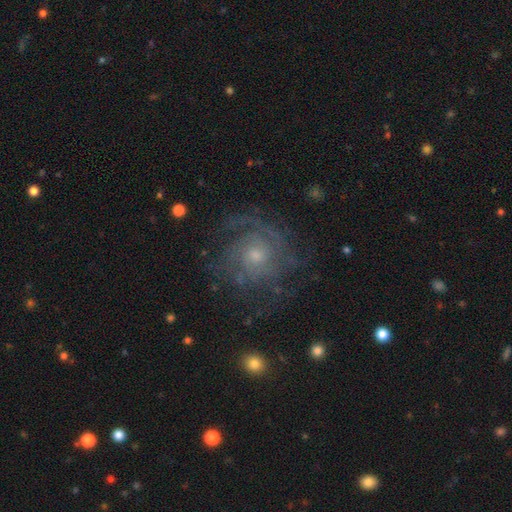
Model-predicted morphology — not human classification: This appears to be a featured or disk galaxy (78%) with no bar (77%), tight (55%) spiral arms (91%) and a small central bulge (53%). Merging: none (69%).